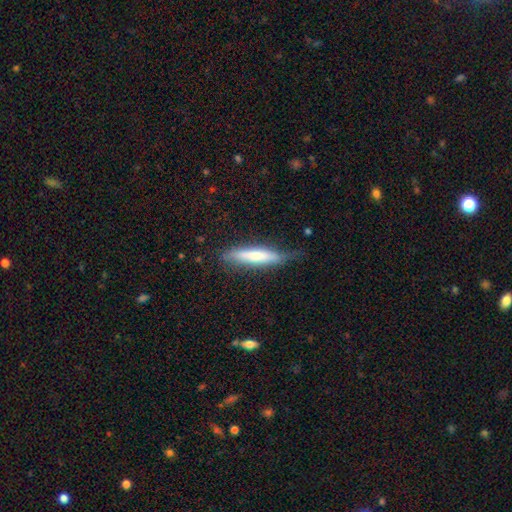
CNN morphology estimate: smooth_or_featured: smooth (p=0.64) [alt: featured or disk p=0.31]
how_rounded: cigar-shaped (p=0.85) [alt: in between p=0.14]
merging: none (p=0.64) [alt: minor disturbance p=0.27]